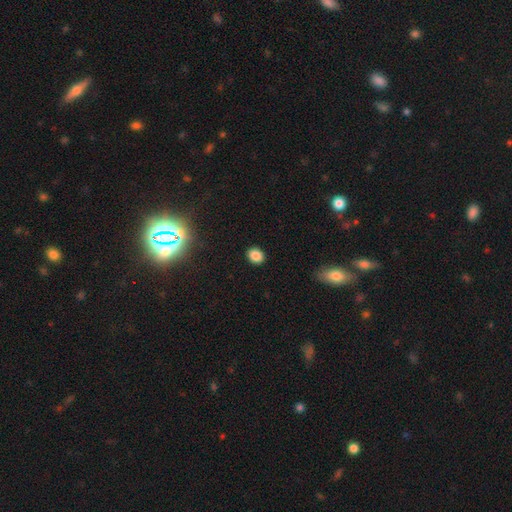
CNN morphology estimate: A smooth galaxy with no disk features (85%) that is in between round and cigar-shaped (50%).

Vote fractions:
- Smooth or featured? smooth: 85% / star or artifact: 11% / featured or disk: 4%
- How rounded? in between: 50% / round: 49% / cigar-shaped: 1%
- Merging? none: 90% / minor disturbance: 7% / major disturbance: 2% / merger: 1%